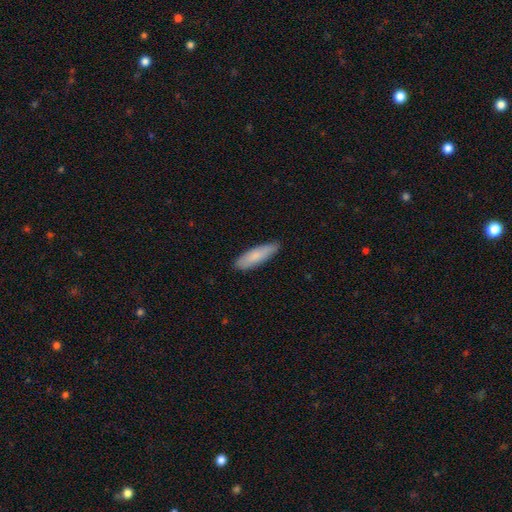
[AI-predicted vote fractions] This appears to be a smooth galaxy with no disk features (82%) that is cigar-shaped (64%). Merging: none (87%).